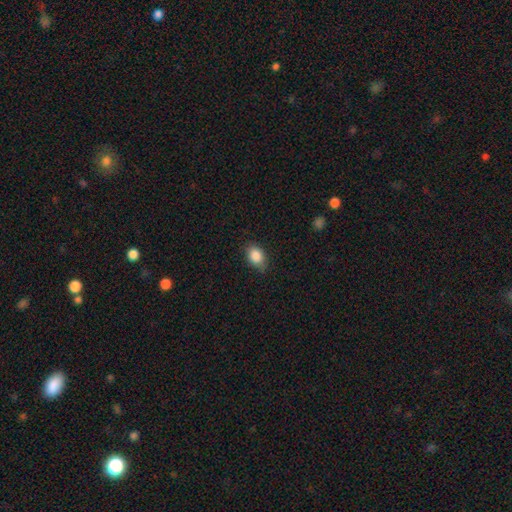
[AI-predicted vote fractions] smooth 88%, star or artifact 8%, featured or disk 5%. Down the decision tree: how rounded — in between (75%); merging — none (76%).